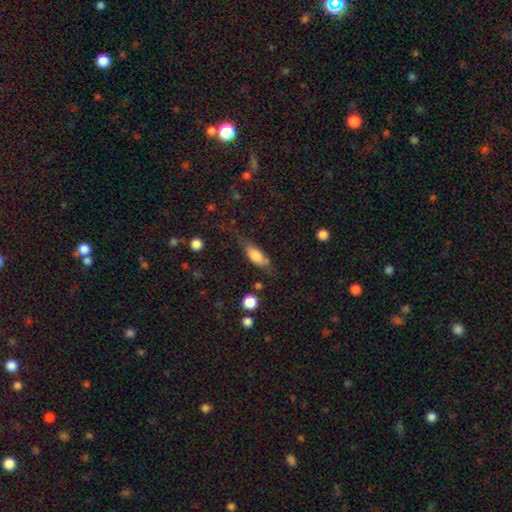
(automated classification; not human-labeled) This appears to be a smooth galaxy with no disk features (73%) that is in between round and cigar-shaped (76%). Merging: none (45%).